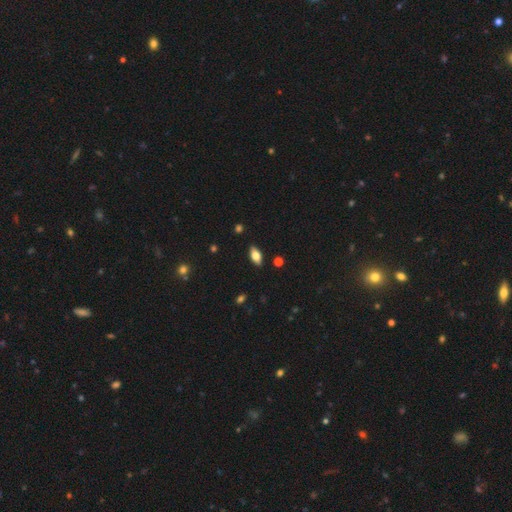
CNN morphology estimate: Smooth or featured? smooth (69%)
How rounded? in between (86%)
Merging? none (87%)